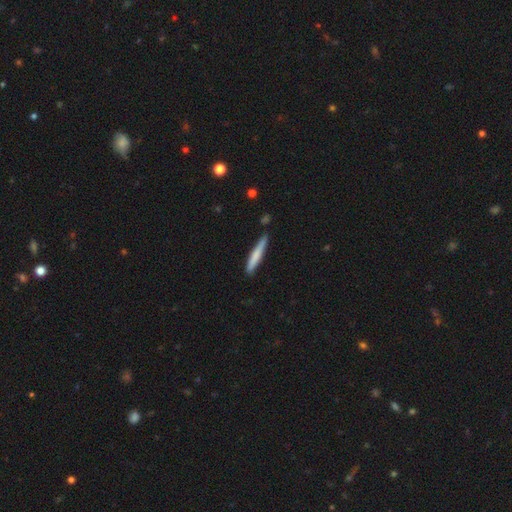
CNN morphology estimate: smooth_or_featured: smooth (p=0.71) [alt: featured or disk p=0.24]
how_rounded: cigar-shaped (p=0.95) [alt: in between p=0.04]
merging: none (p=0.79) [alt: minor disturbance p=0.16]